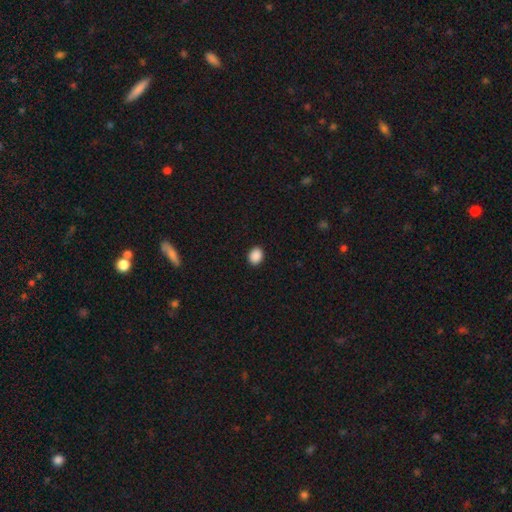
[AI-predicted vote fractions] A smooth galaxy with no disk features (90%) that is in between round and cigar-shaped (50%). Merging: none (92%).